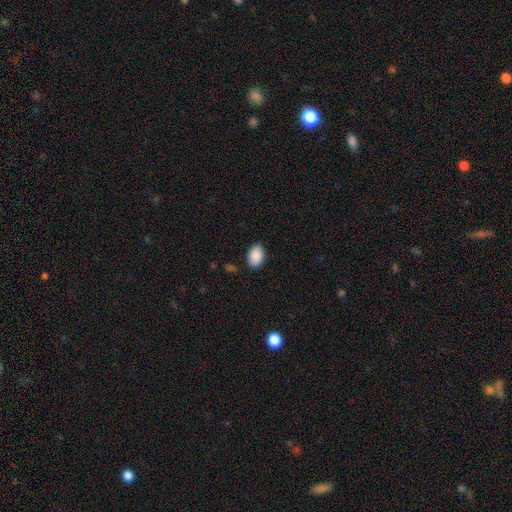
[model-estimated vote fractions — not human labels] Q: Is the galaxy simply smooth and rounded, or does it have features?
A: smooth — 90%.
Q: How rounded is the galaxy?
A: in between — 87%.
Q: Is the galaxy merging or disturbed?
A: none — 85%.